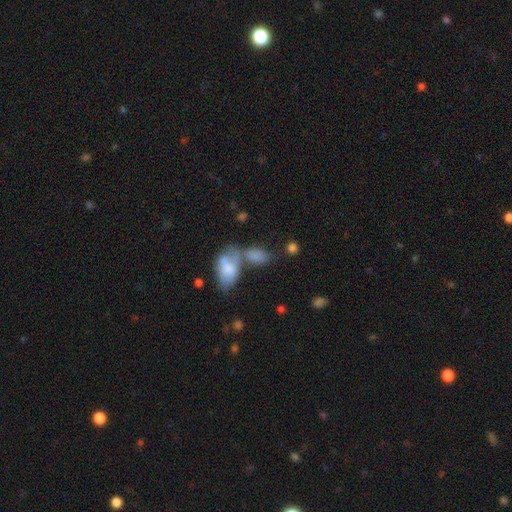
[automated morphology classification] Q: Smooth or featured?
A: smooth (77%); runner-up: featured or disk (14%)
Q: How rounded?
A: in between (88%); runner-up: round (8%)
Q: Merging?
A: merger (47%); runner-up: none (29%)